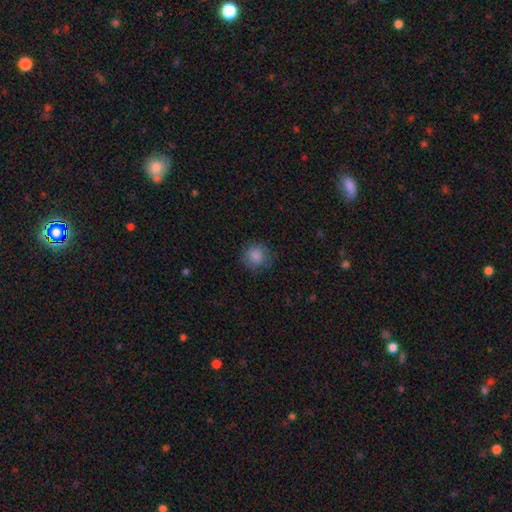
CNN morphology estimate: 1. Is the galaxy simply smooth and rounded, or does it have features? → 85% smooth, 9% star or artifact, 6% featured or disk.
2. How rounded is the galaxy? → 84% round, 15% in between, 1% cigar-shaped.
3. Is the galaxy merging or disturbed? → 79% none, 15% minor disturbance, 5% major disturbance, 1% merger.